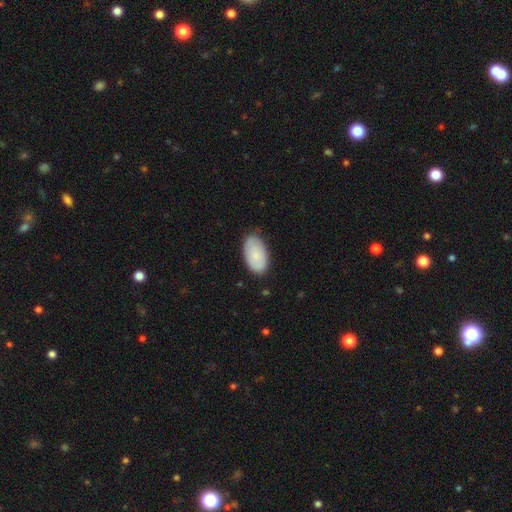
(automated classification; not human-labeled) A smooth galaxy with no disk features (81%) that is in between round and cigar-shaped (96%). Merging: none (74%).